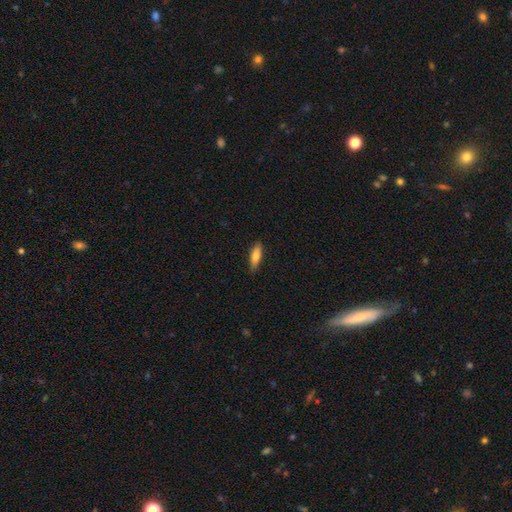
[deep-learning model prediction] This is likely a smooth galaxy (78%). How rounded: possibly in between (49%, tied with cigar-shaped). Merging: clearly none (85%).